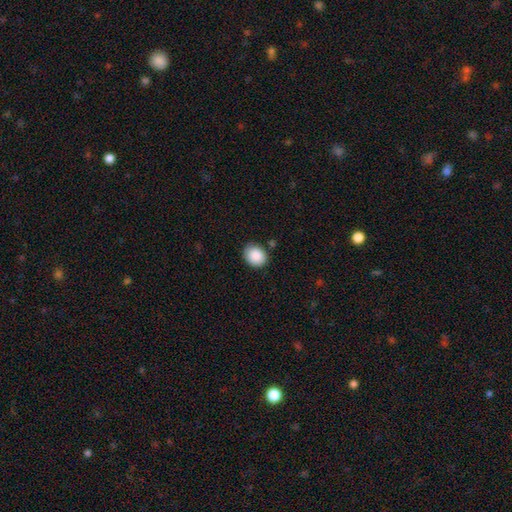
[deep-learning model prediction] This is clearly a smooth galaxy (89%). How rounded: likely round (62%). Merging: clearly none (80%).